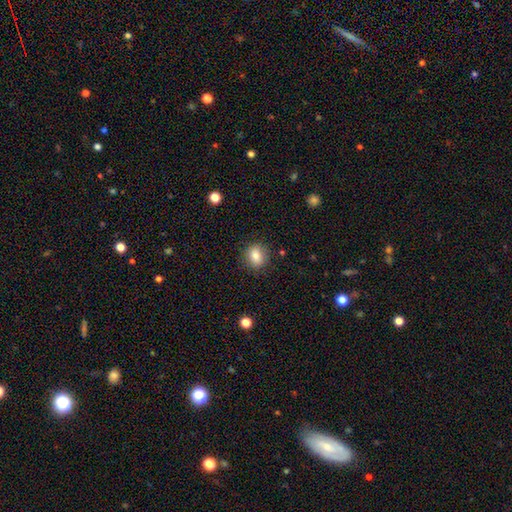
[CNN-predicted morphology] Smooth or featured: smooth — 82% (star or artifact — 10%)
How rounded: round — 67% (in between — 32%)
Merging: none — 87% (minor disturbance — 9%)